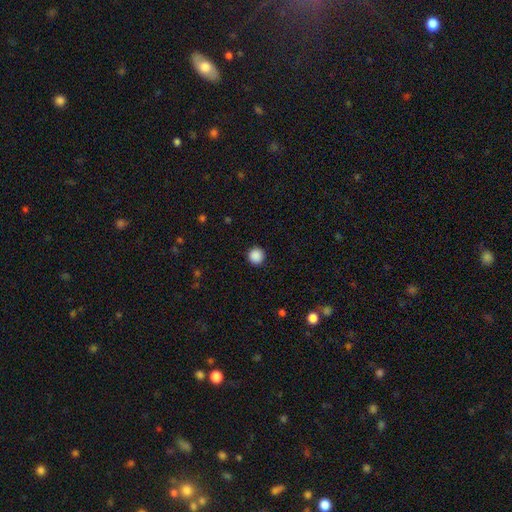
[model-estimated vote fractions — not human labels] Smooth or featured?
  - smooth: 88% *
  - star or artifact: 10%
  - featured or disk: 2%
How rounded?
  - round: 95% *
  - in between: 4%
  - cigar-shaped: 1%
Merging?
  - none: 93% *
  - minor disturbance: 5%
  - major disturbance: 2%
  - merger: 1%